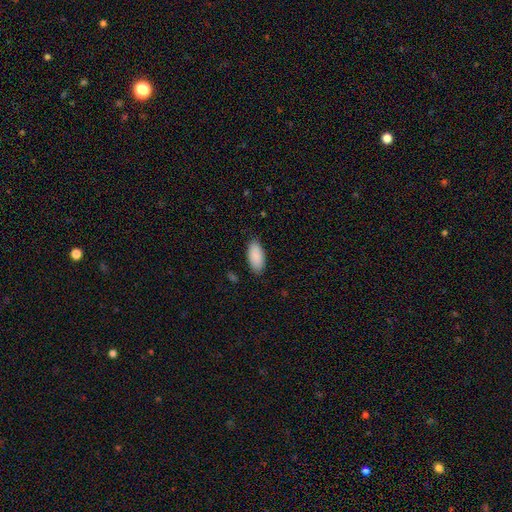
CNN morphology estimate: smooth 90%, star or artifact 6%, featured or disk 4%. Down the decision tree: how rounded — in between (92%); merging — none (86%).